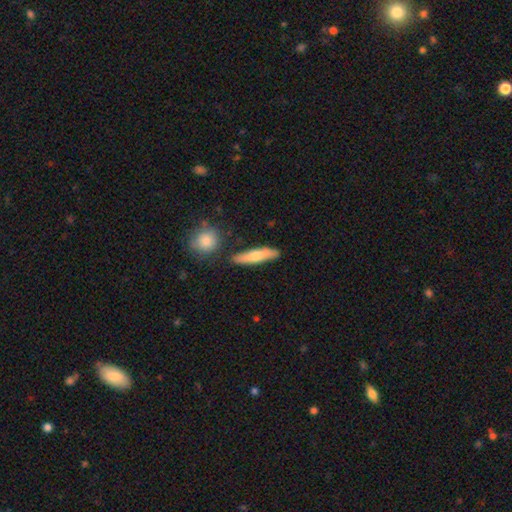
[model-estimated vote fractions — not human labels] Overall: smooth (65%; featured or disk 29%). How rounded: cigar-shaped (78%). Merging: none (81%).